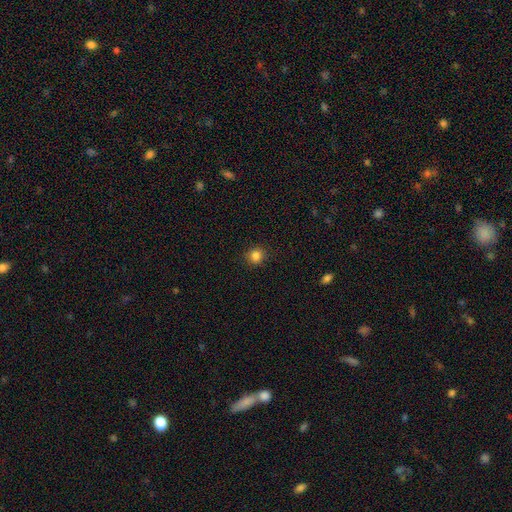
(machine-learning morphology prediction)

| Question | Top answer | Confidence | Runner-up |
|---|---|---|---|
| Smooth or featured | smooth | 84% | star or artifact (12%) |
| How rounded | round | 87% | in between (12%) |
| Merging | none | 89% | minor disturbance (8%) |